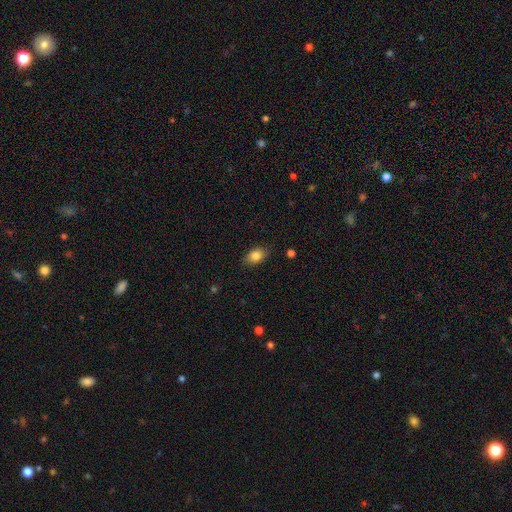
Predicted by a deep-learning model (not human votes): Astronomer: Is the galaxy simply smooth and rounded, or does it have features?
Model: smooth — 83%.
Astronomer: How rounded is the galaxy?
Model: in between — 82%.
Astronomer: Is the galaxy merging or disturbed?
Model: none — 83%.